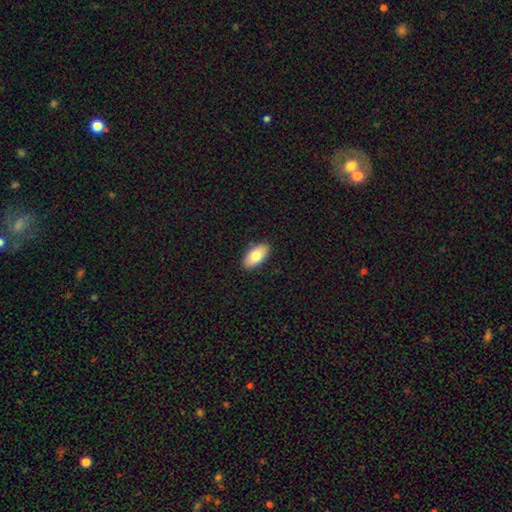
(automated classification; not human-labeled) This is likely a smooth galaxy (77%). How rounded: clearly in between (94%). Merging: clearly none (90%).